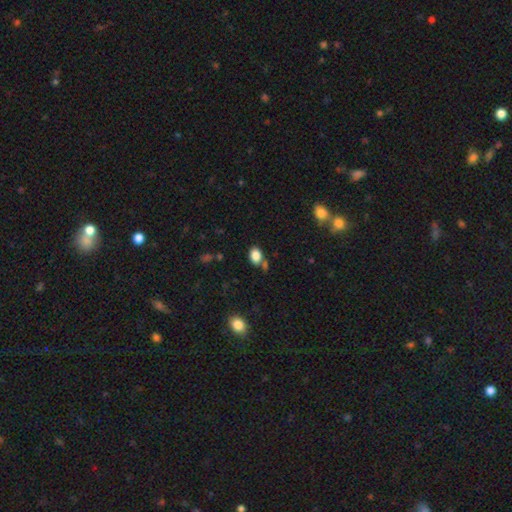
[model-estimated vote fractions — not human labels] The model was most divided on "merging": none: 65%, minor disturbance: 15%, merger: 15%, major disturbance: 5%. More confident: smooth or featured — smooth (85%); how rounded — in between (77%).